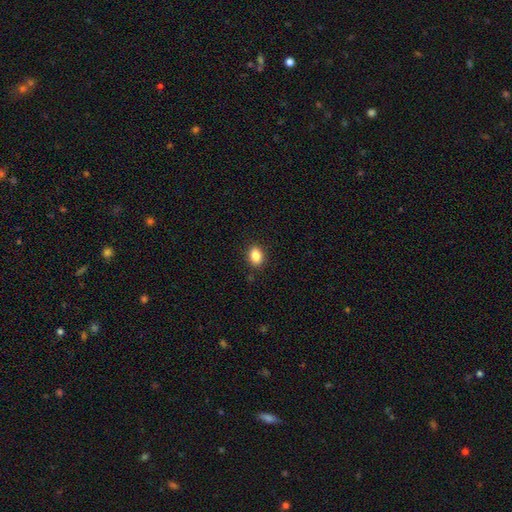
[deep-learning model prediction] Overall: smooth (85%). How rounded: in between (68%; round 31%). Merging: none (88%).